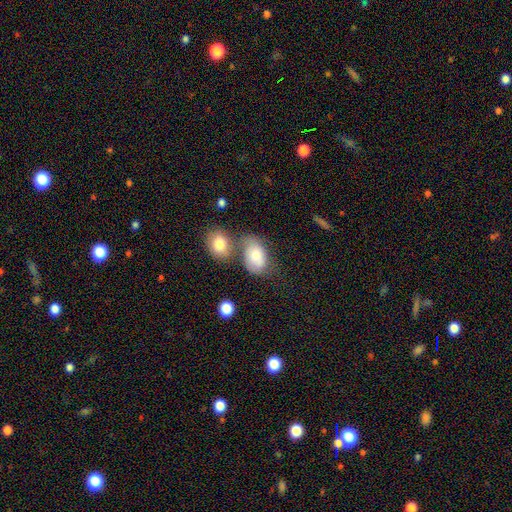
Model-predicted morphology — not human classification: Q: Smooth or featured?
A: smooth (77%); runner-up: featured or disk (16%)
Q: How rounded?
A: in between (87%); runner-up: round (12%)
Q: Merging?
A: merger (35%); runner-up: none (34%)